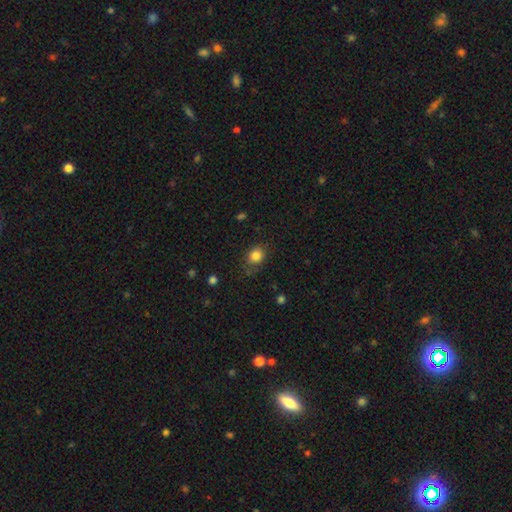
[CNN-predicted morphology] This appears to be a smooth galaxy with no disk features (84%) that is round (62%). Merging: none (74%).